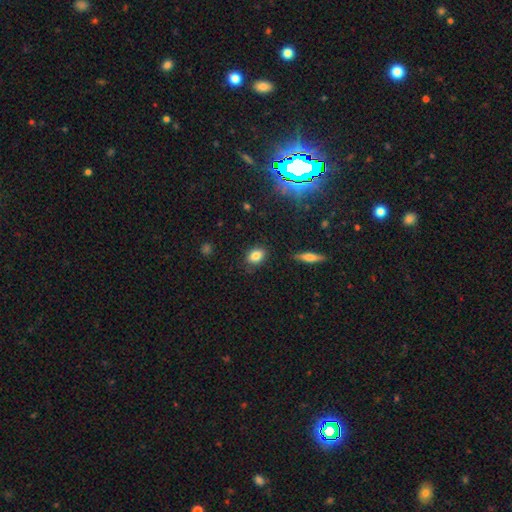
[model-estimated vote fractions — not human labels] smooth_or_featured: smooth (p=0.83) [alt: star or artifact p=0.10]
how_rounded: in between (p=0.71) [alt: round p=0.27]
merging: none (p=0.84) [alt: minor disturbance p=0.12]